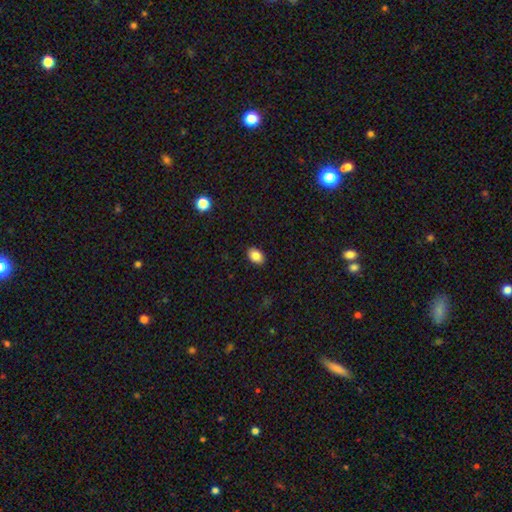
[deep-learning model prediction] Smooth or featured? Predicted: smooth (p=0.86). How rounded? Predicted: in between (p=0.83). Merging? Predicted: none (p=0.89).